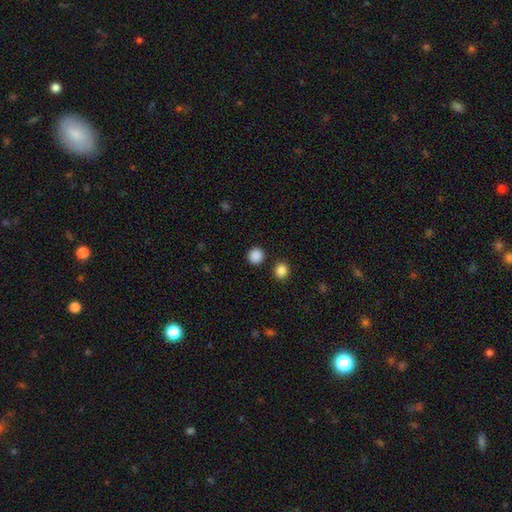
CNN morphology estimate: This is clearly a smooth galaxy (87%). How rounded: clearly round (92%). Merging: clearly none (89%).